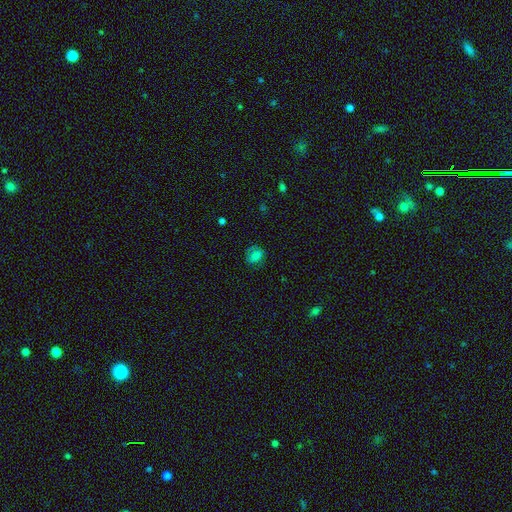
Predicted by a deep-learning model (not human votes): This appears to be a smooth galaxy with no disk features (74%) that is round (57%). Merging: none (74%).